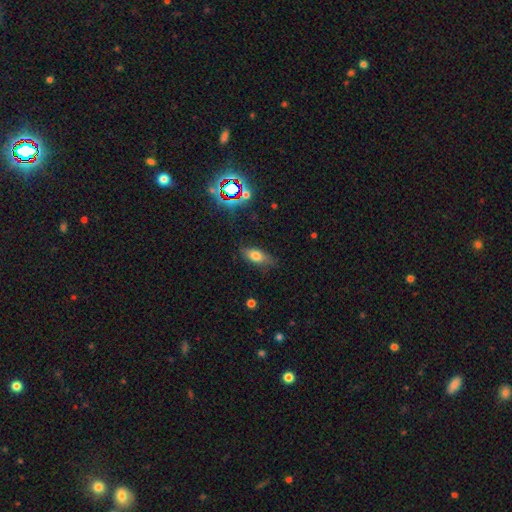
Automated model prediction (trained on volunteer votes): Morphology: type=smooth (74%); roundness=in between (80%); merging=none (75%).